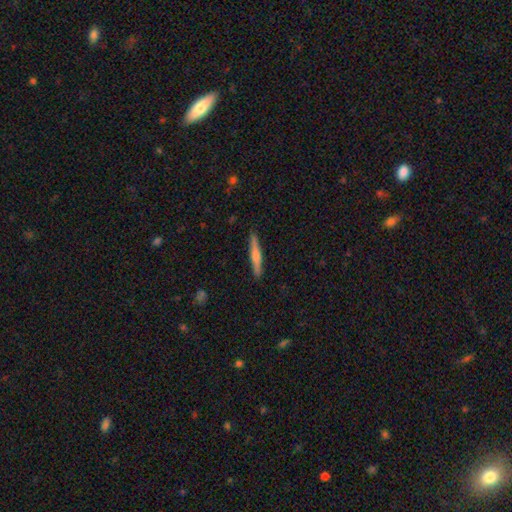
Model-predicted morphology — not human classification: This appears to be a smooth galaxy with no disk features (52%) that is cigar-shaped (93%). Merging: none (90%).